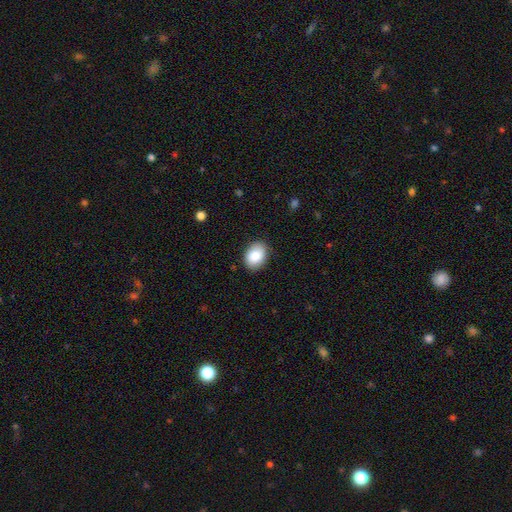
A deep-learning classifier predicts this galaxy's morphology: A smooth galaxy with no disk features (85%) that is in between round and cigar-shaped (76%).

Vote fractions:
- Smooth or featured? smooth: 85% / featured or disk: 9% / star or artifact: 7%
- How rounded? in between: 76% / round: 23% / cigar-shaped: 1%
- Merging? none: 87% / minor disturbance: 10% / major disturbance: 2% / merger: 1%